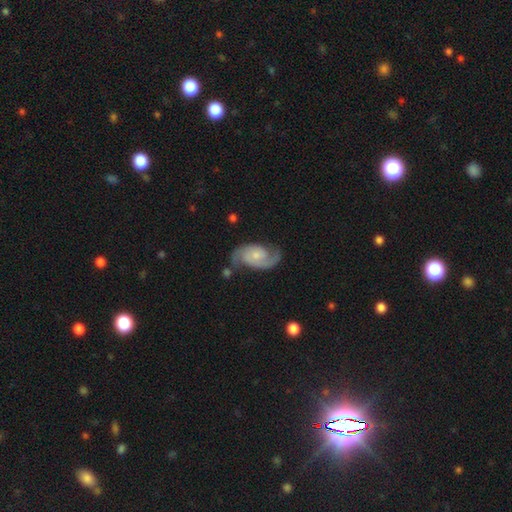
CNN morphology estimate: Overall: featured or disk (86%). Edge-on disk: no (97%). Bar: no (67%; weak 28%). Spiral arms: yes (97%). Spiral arm count: 2 (89%). Spiral winding: medium (48%; tight 30%). Bulge size: small (56%; moderate 33%). Merging: none (68%).